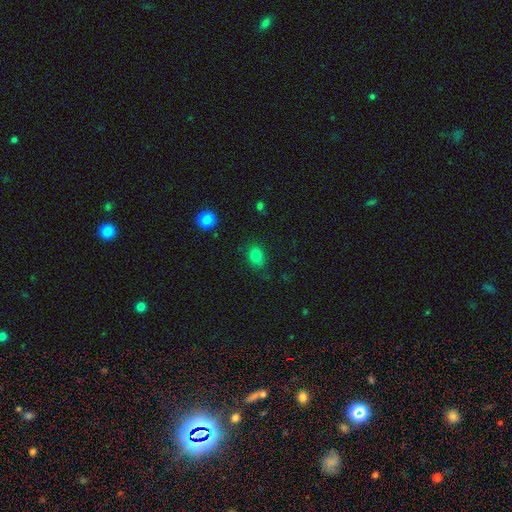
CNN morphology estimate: This is clearly a smooth galaxy (82%). How rounded: possibly in between (52%). Merging: clearly none (80%).